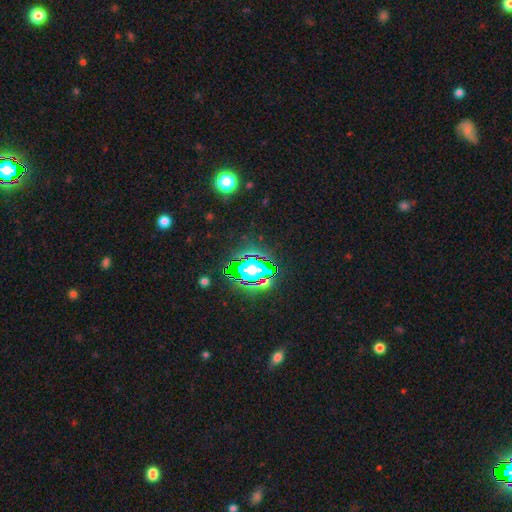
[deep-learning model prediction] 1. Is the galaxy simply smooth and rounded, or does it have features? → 82% star or artifact, 11% smooth, 8% featured or disk.